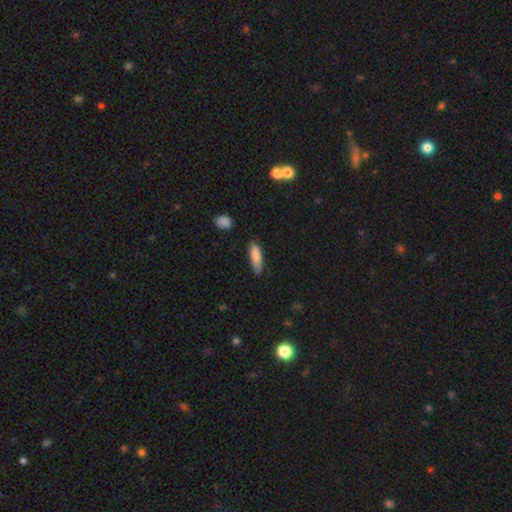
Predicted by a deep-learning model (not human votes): The model was most divided on "how rounded": cigar-shaped: 60%, in between: 38%, round: 2%. More confident: smooth or featured — smooth (82%); merging — none (81%).